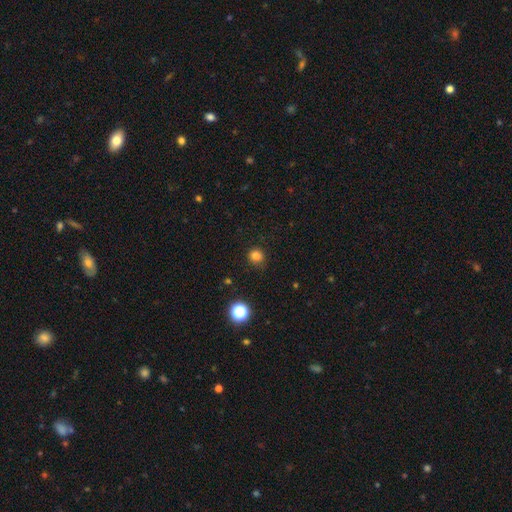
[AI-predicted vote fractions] Smooth or featured?
  - smooth: 81% *
  - star or artifact: 15%
  - featured or disk: 4%
How rounded?
  - round: 89% *
  - in between: 10%
  - cigar-shaped: 1%
Merging?
  - none: 85% *
  - minor disturbance: 11%
  - major disturbance: 3%
  - merger: 1%